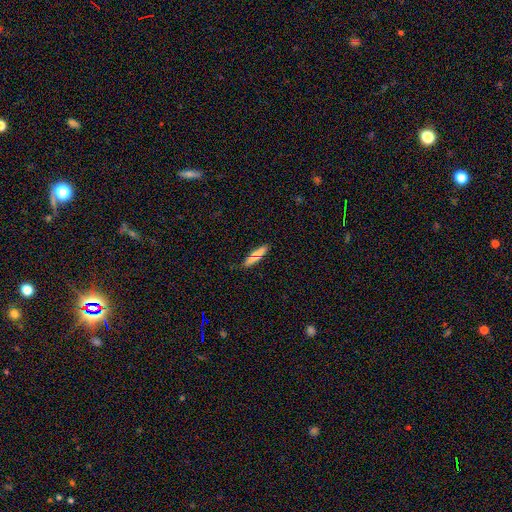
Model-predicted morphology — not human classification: A smooth galaxy with no disk features (73%) that is cigar-shaped (83%). Merging: none (82%).